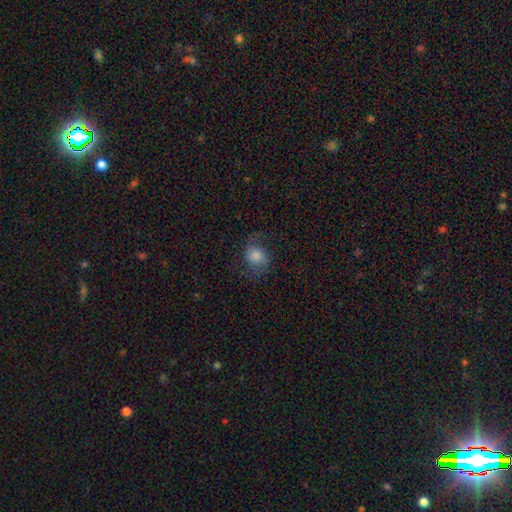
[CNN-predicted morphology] Smooth or featured? smooth (50%)
Merging? none (66%)